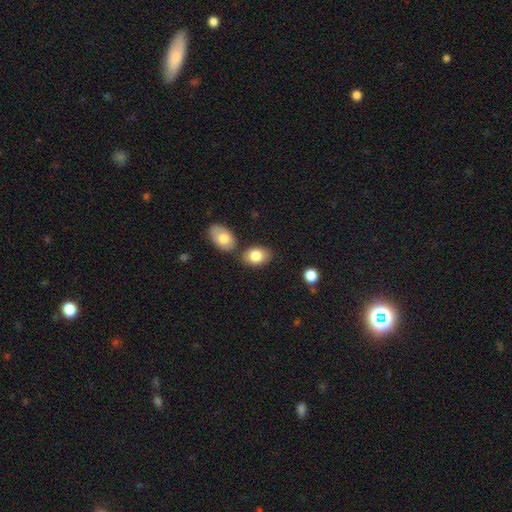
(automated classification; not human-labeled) Smooth or featured?
  - smooth: 81% *
  - featured or disk: 12%
  - star or artifact: 7%
How rounded?
  - in between: 83% *
  - round: 16%
  - cigar-shaped: 1%
Merging?
  - none: 66% *
  - merger: 19%
  - minor disturbance: 12%
  - major disturbance: 3%